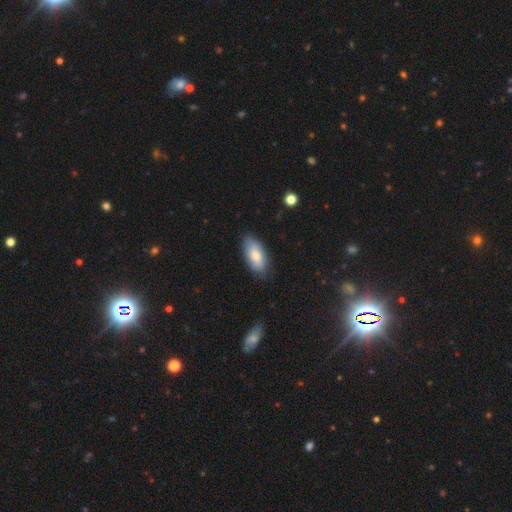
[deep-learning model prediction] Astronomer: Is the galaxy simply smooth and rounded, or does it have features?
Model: smooth — 77%.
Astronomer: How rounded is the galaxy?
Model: in between — 88%.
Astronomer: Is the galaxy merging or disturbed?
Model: none — 78%.